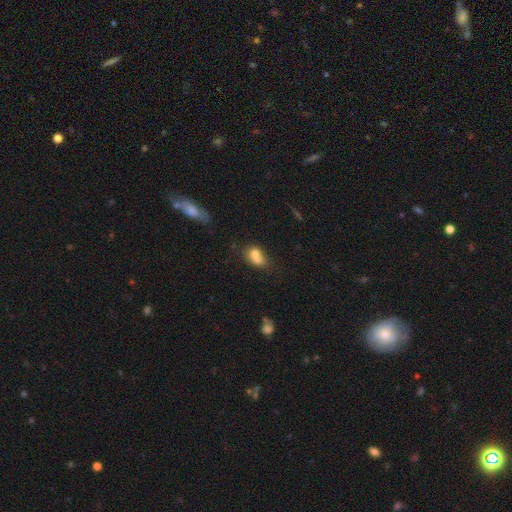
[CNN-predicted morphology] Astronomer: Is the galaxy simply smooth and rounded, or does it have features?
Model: smooth — 69%.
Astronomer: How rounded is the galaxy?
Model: in between — 55% (runner-up: round, 43%).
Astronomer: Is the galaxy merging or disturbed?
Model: merger — 60%.